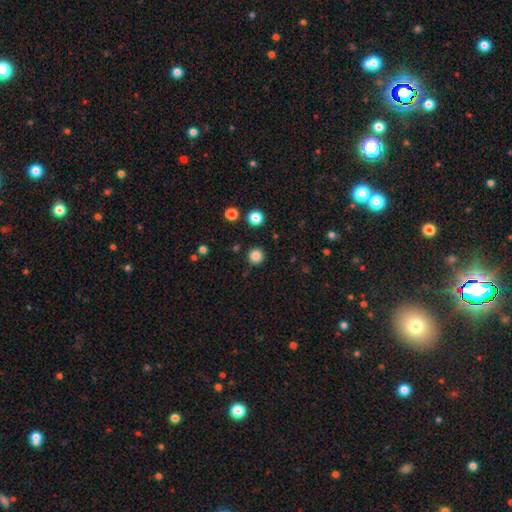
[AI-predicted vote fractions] Smooth or featured: smooth — 85% (star or artifact — 12%)
How rounded: round — 95% (in between — 4%)
Merging: none — 90% (minor disturbance — 6%)